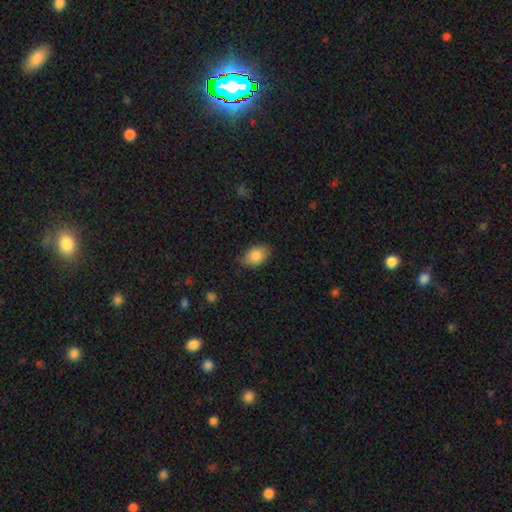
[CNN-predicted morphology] Smooth or featured? Predicted: smooth (p=0.85). How rounded? Predicted: in between (p=0.85). Merging? Predicted: none (p=0.79).